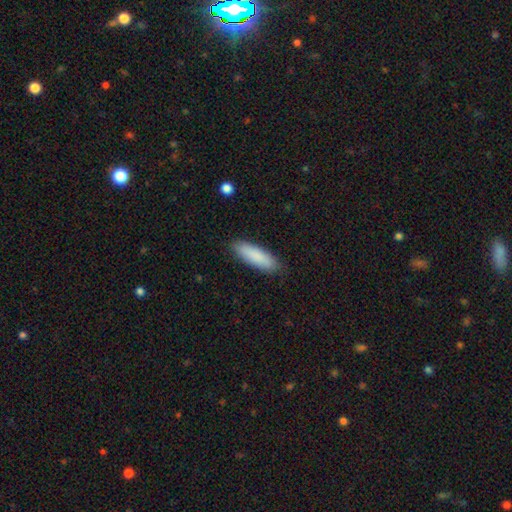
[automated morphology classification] smooth-or-featured: smooth: 88% | featured or disk: 6% | star or artifact: 6%
  how-rounded: cigar-shaped: 55% | in between: 44% | round: 1%
  merging: none: 88% | minor disturbance: 9% | major disturbance: 2% | merger: 1%